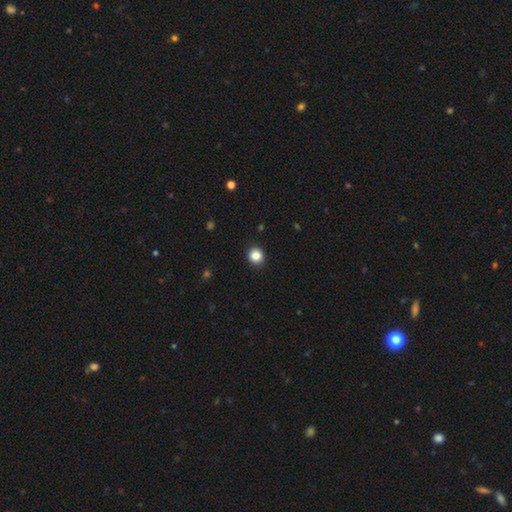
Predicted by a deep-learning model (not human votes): Smooth or featured? Predicted: smooth (p=0.86). How rounded? Predicted: round (p=0.90). Merging? Predicted: none (p=0.92).